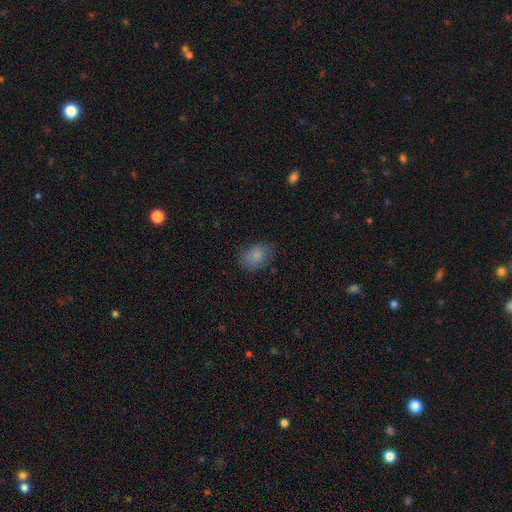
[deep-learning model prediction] The model was most divided on "how rounded": in between: 72%, round: 27%, cigar-shaped: 1%. More confident: smooth or featured — smooth (84%); merging — none (73%).